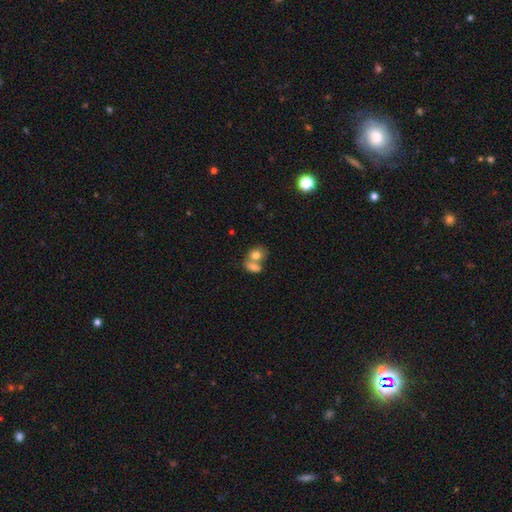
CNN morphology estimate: type=smooth (78%); roundness=in between (57%); merging=merger (59%).